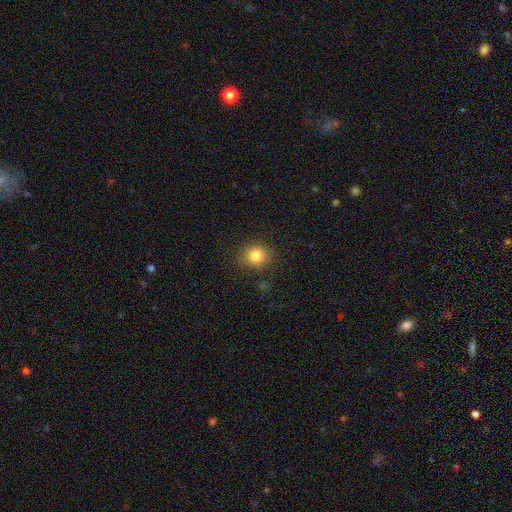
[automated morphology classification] Smooth or featured? smooth (83%)
How rounded? round (83%)
Merging? none (86%)